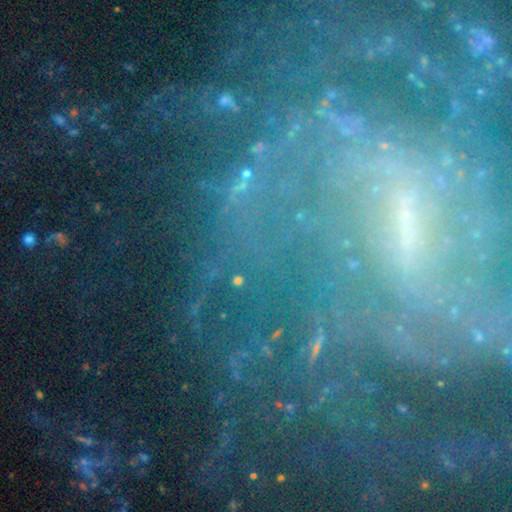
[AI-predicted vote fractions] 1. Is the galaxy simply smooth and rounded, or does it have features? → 51% featured or disk, 36% star or artifact, 13% smooth.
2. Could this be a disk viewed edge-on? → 89% no, 11% yes.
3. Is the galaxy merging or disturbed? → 69% none, 15% minor disturbance, 12% major disturbance, 4% merger.